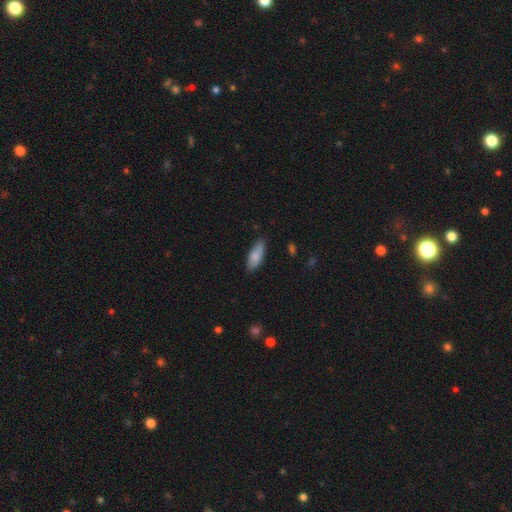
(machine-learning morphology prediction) smooth_or_featured: smooth (p=0.83) [alt: featured or disk p=0.11]
how_rounded: in between (p=0.71) [alt: cigar-shaped p=0.27]
merging: none (p=0.73) [alt: minor disturbance p=0.22]